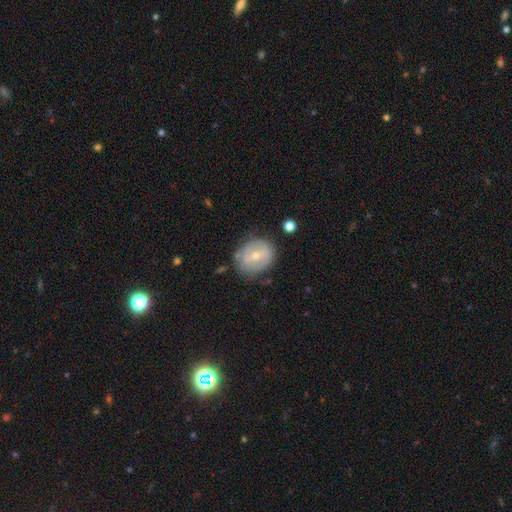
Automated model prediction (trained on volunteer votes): Smooth or featured: featured or disk — 52% (smooth — 41%)
Edge-on disk: no — 95% (yes — 5%)
Merging: none — 71% (minor disturbance — 20%)